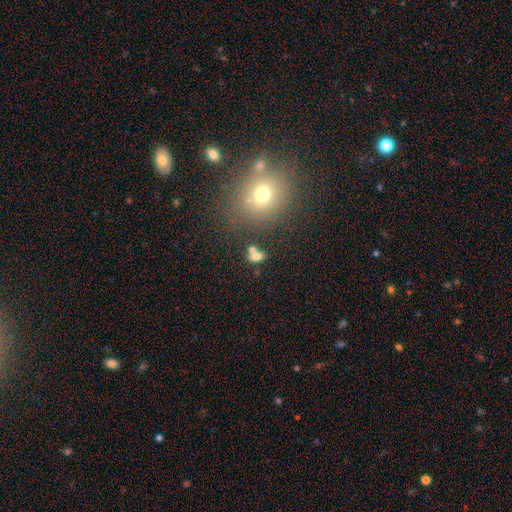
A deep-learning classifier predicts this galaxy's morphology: This appears to be a smooth galaxy with no disk features (72%) that is in between round and cigar-shaped (70%). Merging: none (52%).